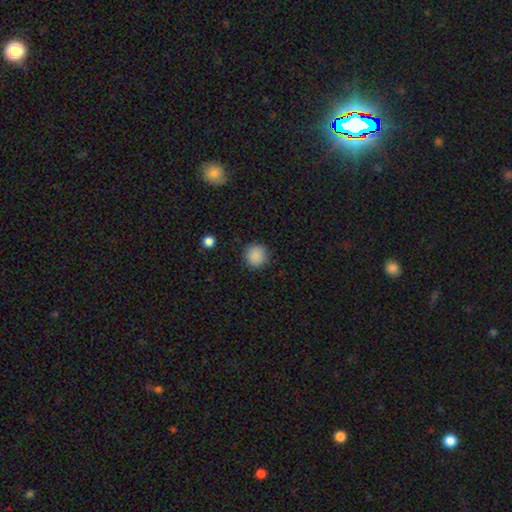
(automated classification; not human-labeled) This appears to be a smooth galaxy with no disk features (88%) that is round (95%). Merging: none (90%).